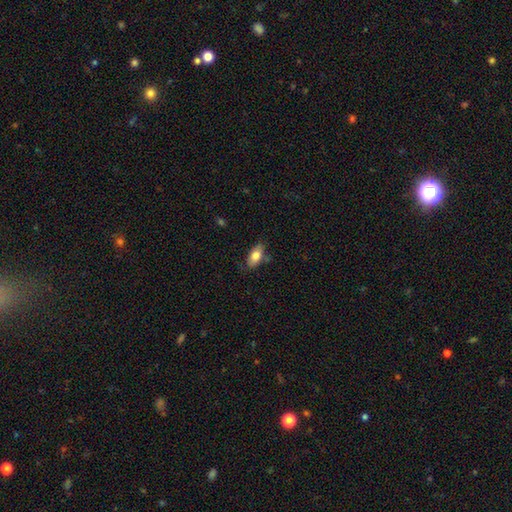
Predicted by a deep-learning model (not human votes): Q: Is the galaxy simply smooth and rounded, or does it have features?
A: smooth — 78%.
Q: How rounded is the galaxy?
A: in between — 89%.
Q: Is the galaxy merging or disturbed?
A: none — 75%.